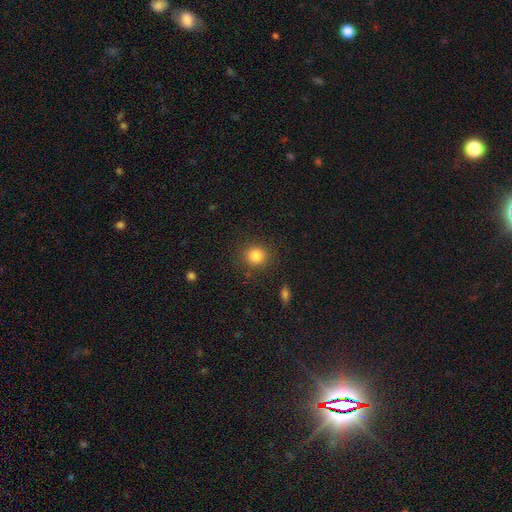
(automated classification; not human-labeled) Smooth or featured? Predicted: smooth (p=0.84). How rounded? Predicted: round (p=0.86). Merging? Predicted: none (p=0.87).